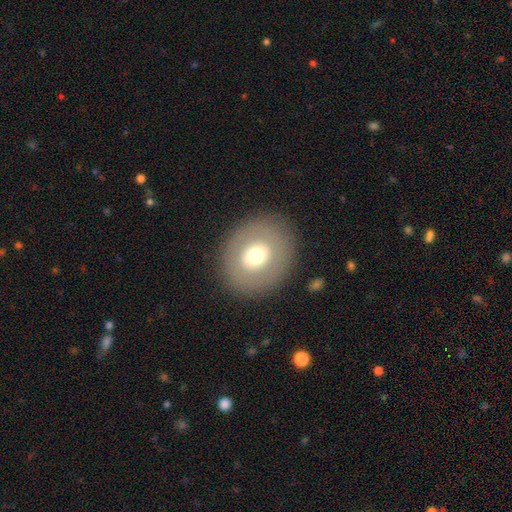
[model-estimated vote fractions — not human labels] This is possibly a smooth galaxy (59%). How rounded: likely round (74%). Merging: clearly none (86%).